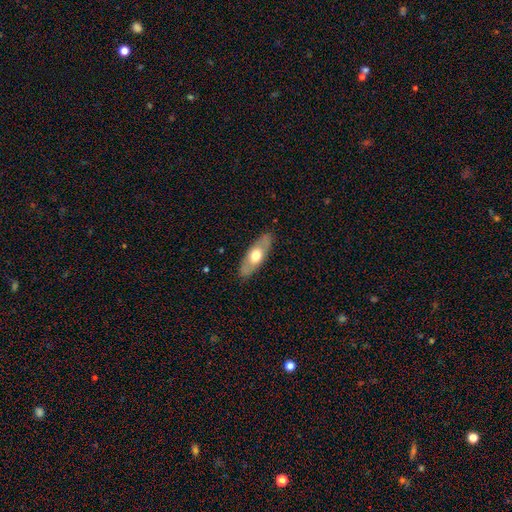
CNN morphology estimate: smooth 52%, featured or disk 43%, star or artifact 5%. Down the decision tree: how rounded — in between (66%); merging — none (86%).